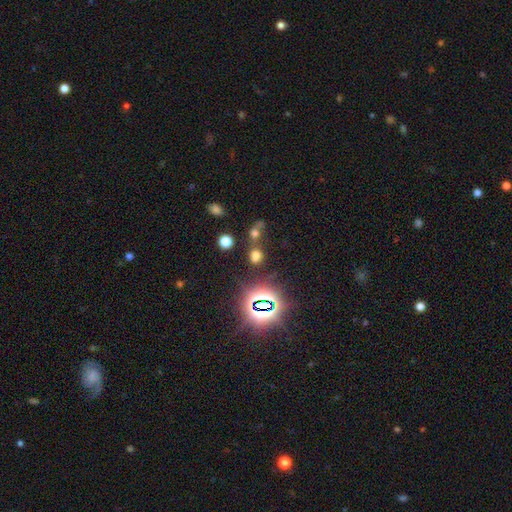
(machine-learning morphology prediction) Q: Smooth or featured?
A: smooth (55%); runner-up: star or artifact (37%)
Q: How rounded?
A: round (64%); runner-up: in between (34%)
Q: Merging?
A: none (56%); runner-up: merger (28%)